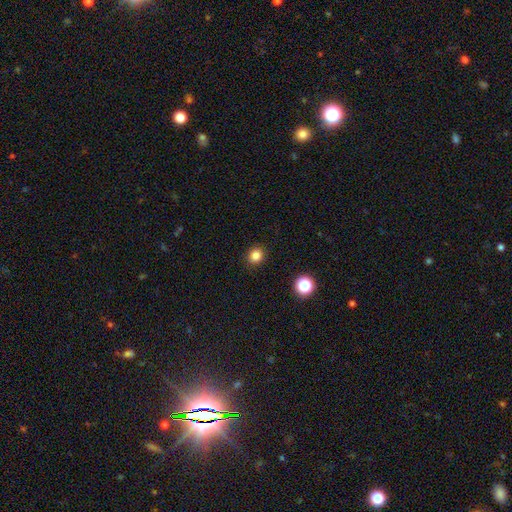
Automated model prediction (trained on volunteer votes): Smooth or featured?
  - smooth: 83% *
  - star or artifact: 13%
  - featured or disk: 4%
How rounded?
  - round: 81% *
  - in between: 18%
  - cigar-shaped: 1%
Merging?
  - none: 91% *
  - minor disturbance: 6%
  - major disturbance: 2%
  - merger: 1%